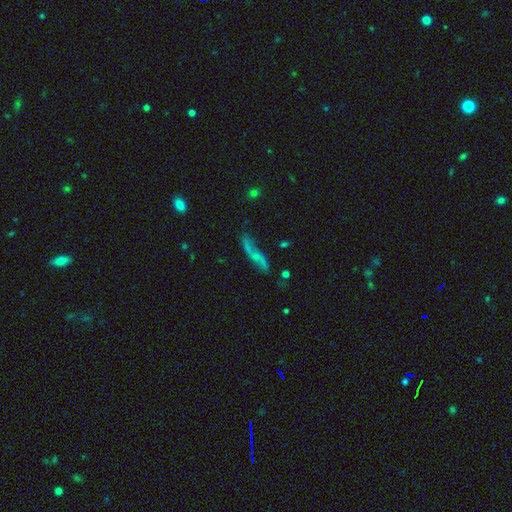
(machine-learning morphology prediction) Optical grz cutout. It shows a featured or disk galaxy (61%). Merging: none (59%).